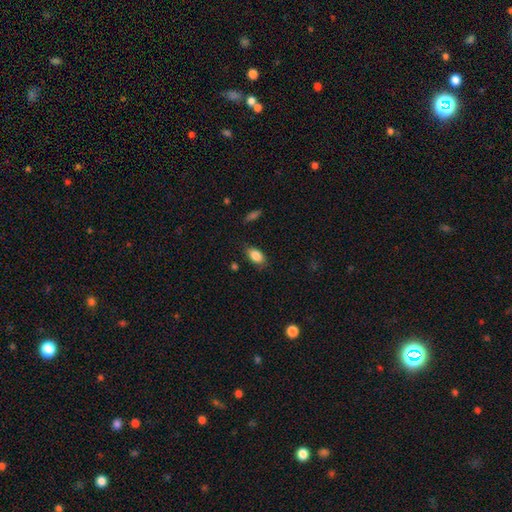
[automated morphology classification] Smooth or featured? Predicted: smooth (p=0.84). How rounded? Predicted: in between (p=0.89). Merging? Predicted: none (p=0.80).